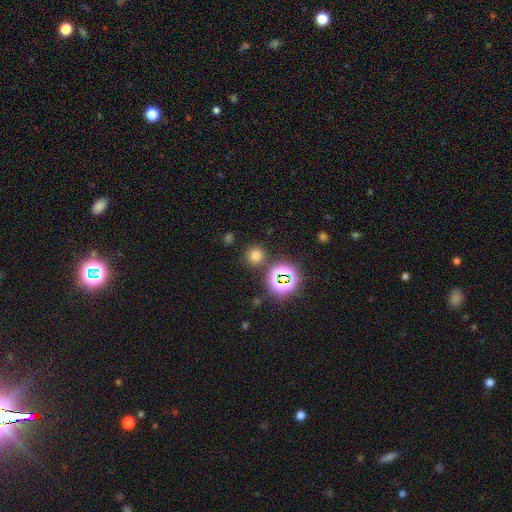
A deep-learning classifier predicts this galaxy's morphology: type=smooth (67%); roundness=round (91%); merging=none (82%).